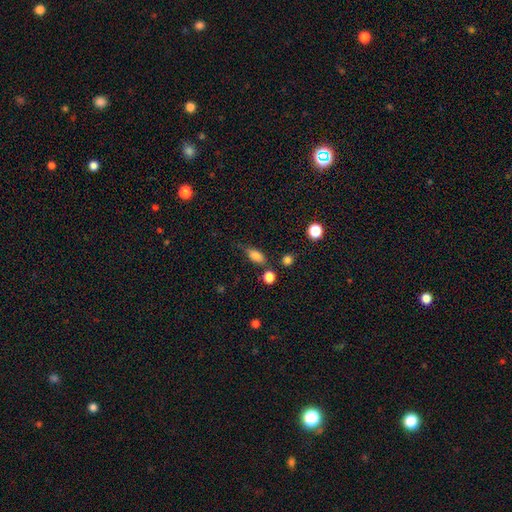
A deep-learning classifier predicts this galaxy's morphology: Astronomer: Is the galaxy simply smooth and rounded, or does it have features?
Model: smooth — 81%.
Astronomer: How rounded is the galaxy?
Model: in between — 82%.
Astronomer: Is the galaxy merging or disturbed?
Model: none — 58%.